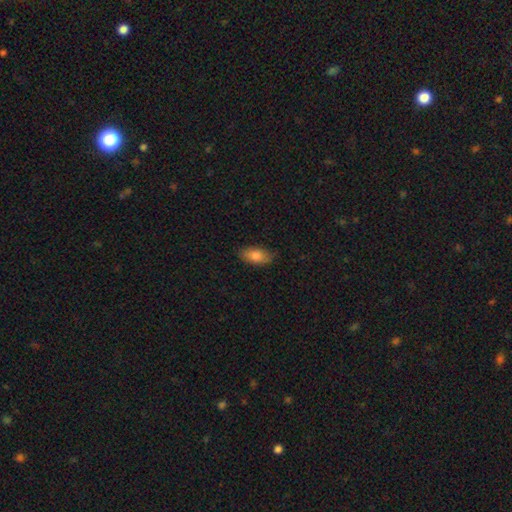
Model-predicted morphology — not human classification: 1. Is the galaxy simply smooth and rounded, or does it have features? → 81% smooth, 12% featured or disk, 7% star or artifact.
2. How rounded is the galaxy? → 90% in between, 6% cigar-shaped, 4% round.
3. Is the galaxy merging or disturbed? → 83% none, 14% minor disturbance, 2% major disturbance, 1% merger.